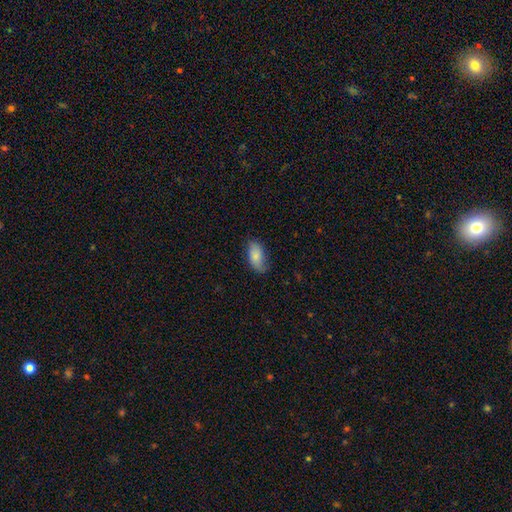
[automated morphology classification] Smooth or featured? smooth (78%)
How rounded? in between (92%)
Merging? none (73%)